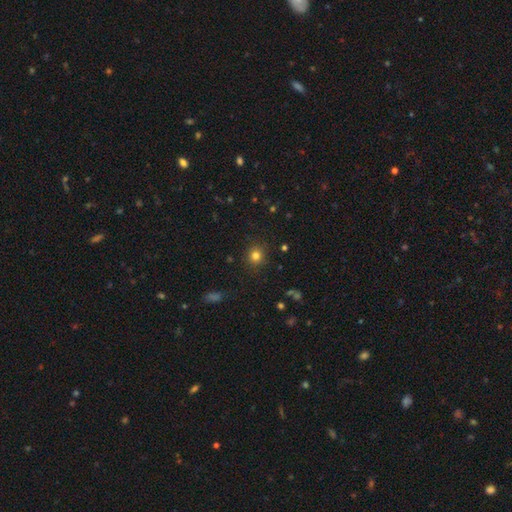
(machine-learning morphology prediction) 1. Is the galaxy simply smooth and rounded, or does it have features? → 80% smooth, 14% star or artifact, 6% featured or disk.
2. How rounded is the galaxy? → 89% round, 10% in between, 1% cigar-shaped.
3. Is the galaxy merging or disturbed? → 89% none, 7% minor disturbance, 3% major disturbance, 1% merger.